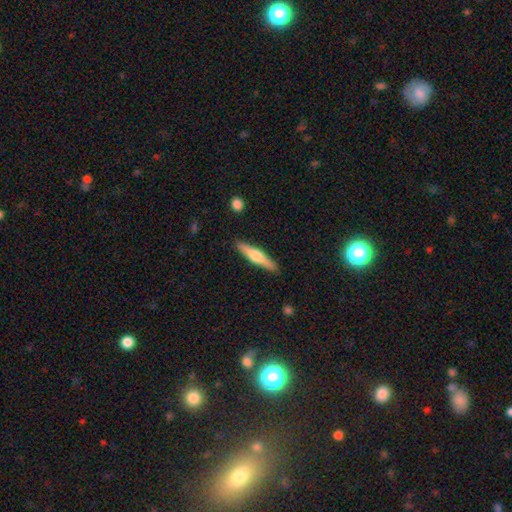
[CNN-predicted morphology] type=featured or disk (55%); edge-on=yes (96%); edge-on bulge=rounded (89%); merging=none (90%).